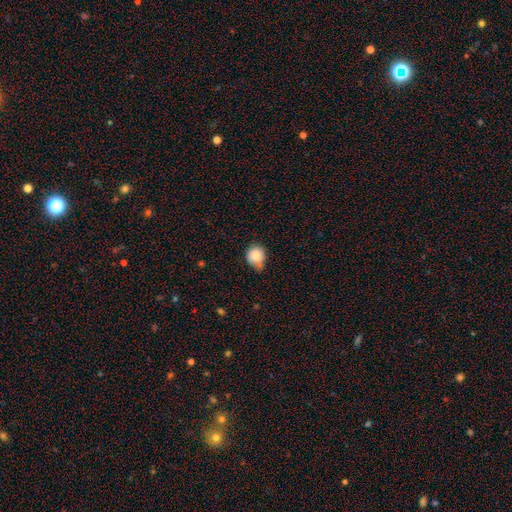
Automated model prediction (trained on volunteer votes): The model was most divided on "merging": none: 45%, minor disturbance: 43%, major disturbance: 8%, merger: 4%. More confident: smooth or featured — smooth (83%); how rounded — round (80%).